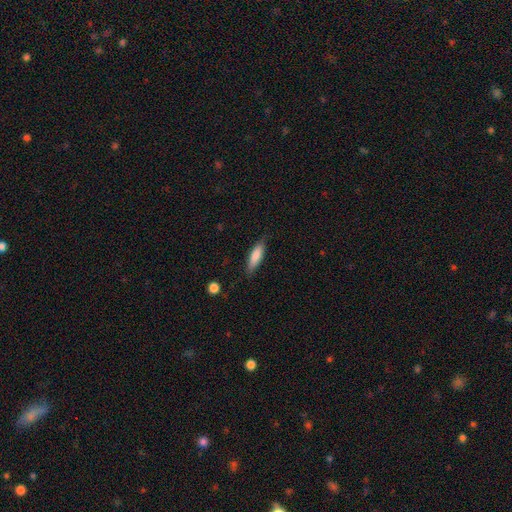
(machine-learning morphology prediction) Overall: smooth (80%). How rounded: cigar-shaped (58%; in between 40%). Merging: none (80%).